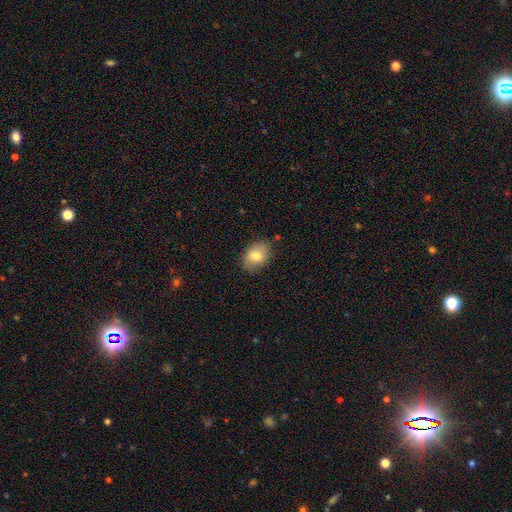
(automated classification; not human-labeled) A smooth galaxy with no disk features (74%) that is in between round and cigar-shaped (76%).

Vote fractions:
- Smooth or featured? smooth: 74% / featured or disk: 18% / star or artifact: 8%
- How rounded? in between: 76% / round: 23% / cigar-shaped: 1%
- Merging? none: 78% / minor disturbance: 17% / major disturbance: 4% / merger: 1%